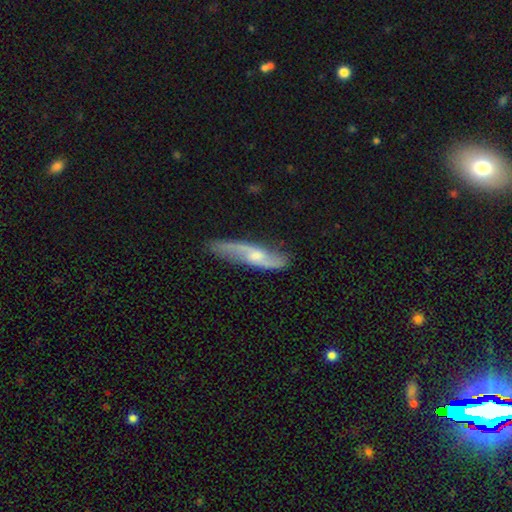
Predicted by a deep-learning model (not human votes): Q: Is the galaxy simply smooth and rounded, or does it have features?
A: featured or disk — 69%.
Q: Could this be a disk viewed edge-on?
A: no — 68%.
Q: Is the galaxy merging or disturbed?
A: none — 76%.